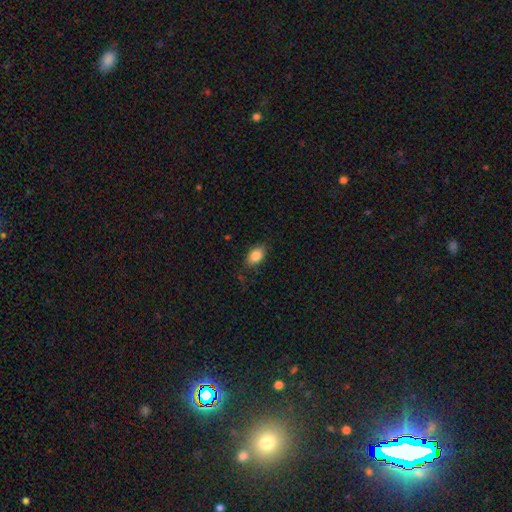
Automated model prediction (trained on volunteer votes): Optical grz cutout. It shows a smooth galaxy with no disk features (84%) that is in between round and cigar-shaped (87%). Merging: none (79%).